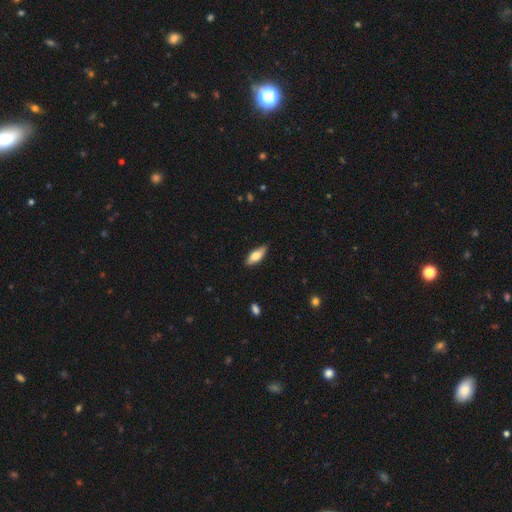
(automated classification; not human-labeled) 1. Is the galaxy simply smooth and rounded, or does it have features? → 70% smooth, 24% featured or disk, 6% star or artifact.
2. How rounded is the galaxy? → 70% in between, 28% cigar-shaped, 2% round.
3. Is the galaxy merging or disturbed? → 84% none, 13% minor disturbance, 2% major disturbance, 1% merger.